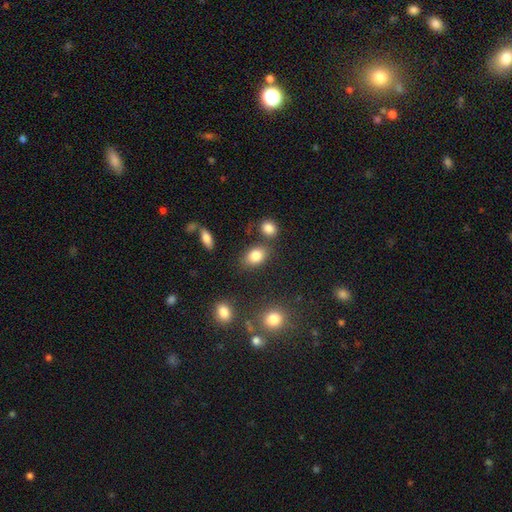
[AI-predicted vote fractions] This is clearly a smooth galaxy (83%). How rounded: clearly in between (81%). Merging: likely none (73%).